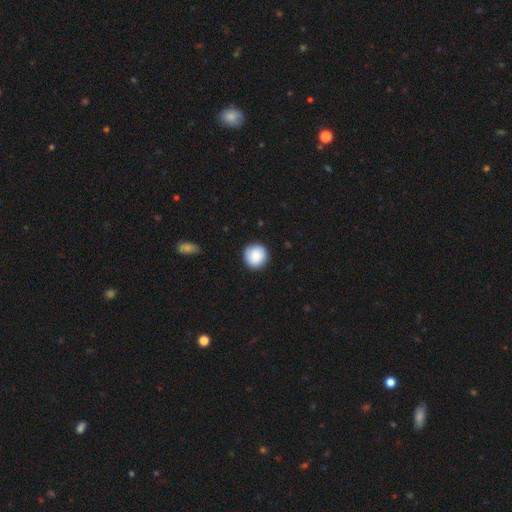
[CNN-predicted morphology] smooth 85%, featured or disk 8%, star or artifact 7%. Down the decision tree: how rounded — round (95%); merging — none (90%).